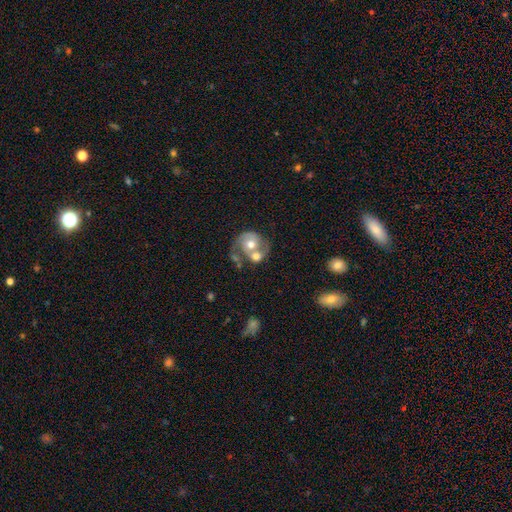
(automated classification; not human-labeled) A featured or disk galaxy (65%) with no bar (78%), spiral arms (76%) and a moderate central bulge (70%). Merging: merger (56%).